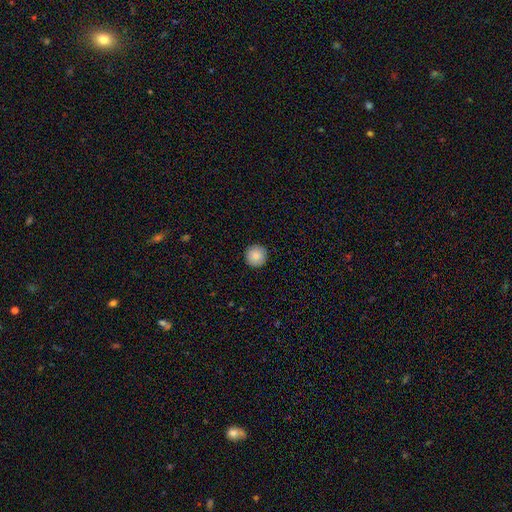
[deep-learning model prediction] Overall: smooth (86%). How rounded: round (97%). Merging: none (93%).